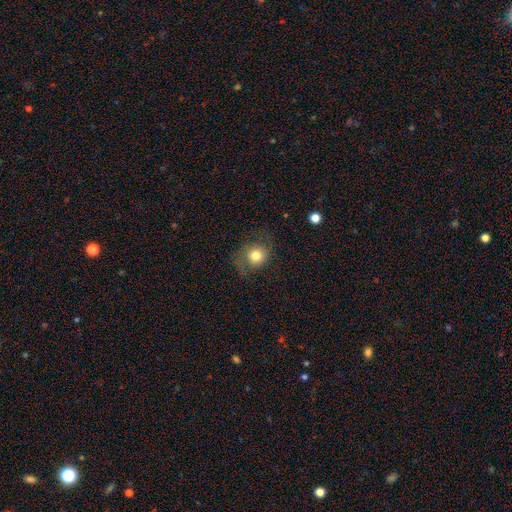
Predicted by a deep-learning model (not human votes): Smooth or featured? Predicted: smooth (p=0.67). How rounded? Predicted: round (p=0.78). Merging? Predicted: none (p=0.62).